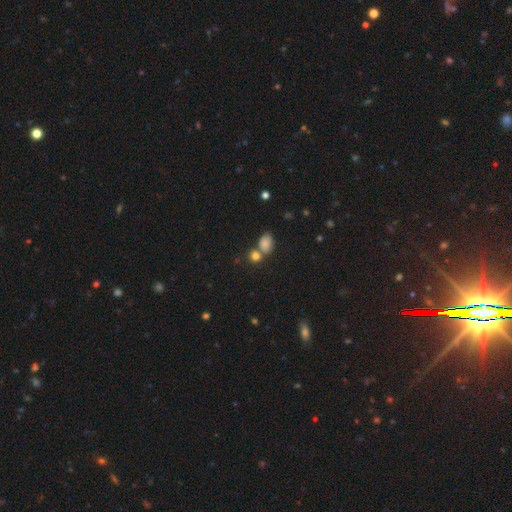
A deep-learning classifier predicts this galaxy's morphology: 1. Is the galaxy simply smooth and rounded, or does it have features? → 61% smooth, 28% star or artifact, 10% featured or disk.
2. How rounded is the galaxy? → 52% in between, 44% round, 4% cigar-shaped.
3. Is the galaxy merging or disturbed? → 56% none, 30% merger, 10% minor disturbance, 5% major disturbance.